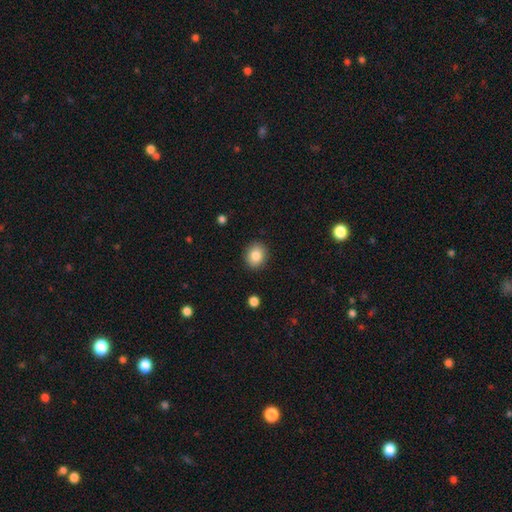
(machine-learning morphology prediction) smooth 84%, star or artifact 9%, featured or disk 7%. Down the decision tree: how rounded — round (68%); merging — none (89%).